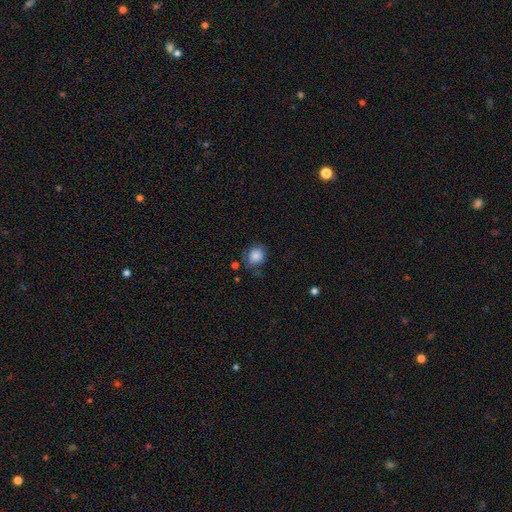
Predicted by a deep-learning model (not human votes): Q: Smooth or featured?
A: smooth (84%); runner-up: star or artifact (9%)
Q: How rounded?
A: round (65%); runner-up: in between (34%)
Q: Merging?
A: none (66%); runner-up: minor disturbance (24%)